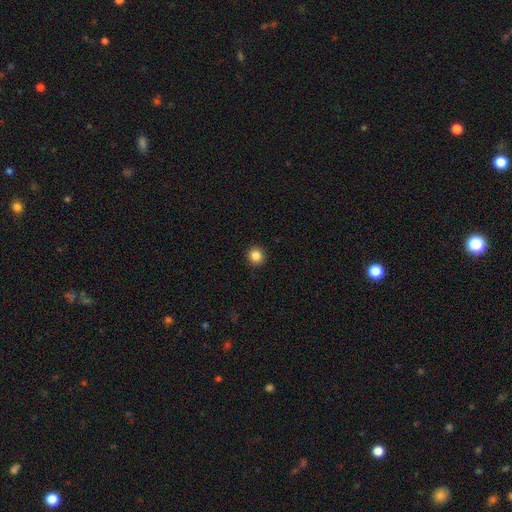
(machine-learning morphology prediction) smooth_or_featured: smooth (p=0.85) [alt: star or artifact p=0.11]
how_rounded: round (p=0.91) [alt: in between p=0.08]
merging: none (p=0.92) [alt: minor disturbance p=0.05]